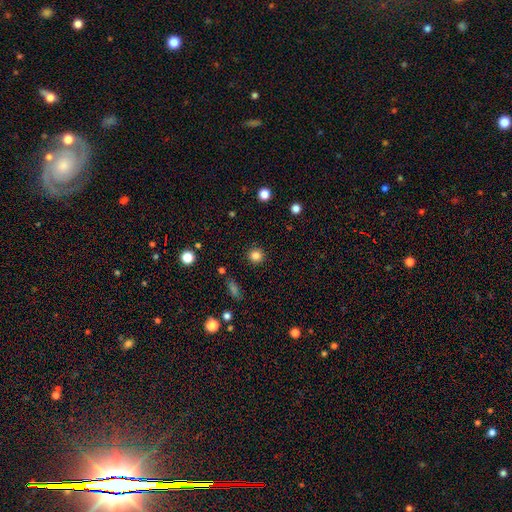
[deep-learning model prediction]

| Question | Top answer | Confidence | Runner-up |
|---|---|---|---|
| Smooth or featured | smooth | 83% | star or artifact (12%) |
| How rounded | round | 93% | in between (6%) |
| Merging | none | 91% | minor disturbance (6%) |